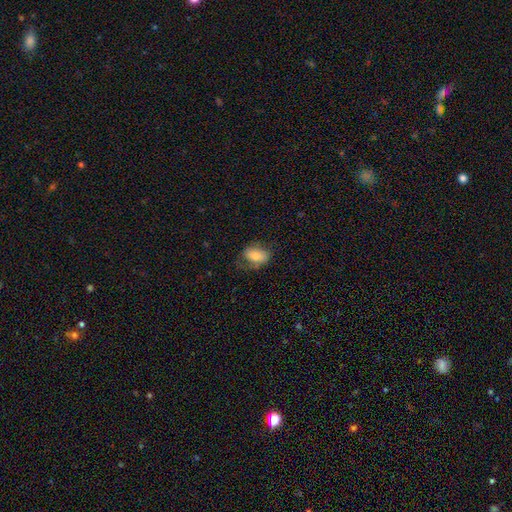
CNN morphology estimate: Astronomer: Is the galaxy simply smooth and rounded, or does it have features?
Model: smooth — 71%.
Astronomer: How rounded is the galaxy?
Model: in between — 85%.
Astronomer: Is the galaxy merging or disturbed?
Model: none — 60%.